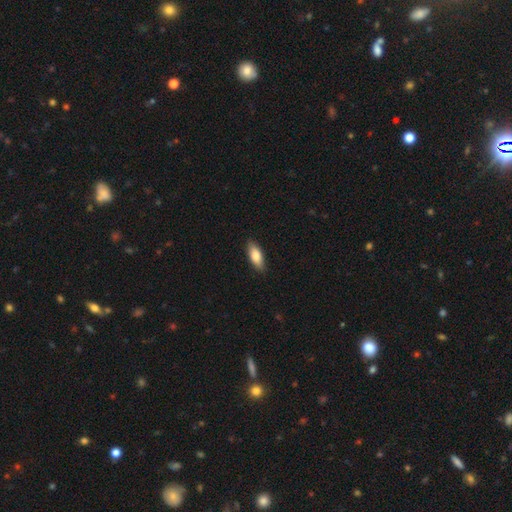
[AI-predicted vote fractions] Smooth or featured? smooth (82%)
How rounded? in between (79%)
Merging? none (87%)